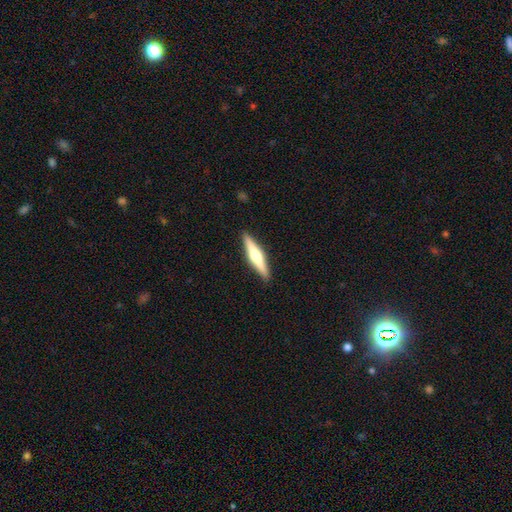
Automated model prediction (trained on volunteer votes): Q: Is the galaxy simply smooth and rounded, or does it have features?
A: featured or disk — 60%.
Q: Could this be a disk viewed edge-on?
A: yes — 97%.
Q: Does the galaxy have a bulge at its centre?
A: rounded — 88%.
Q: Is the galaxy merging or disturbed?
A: none — 91%.